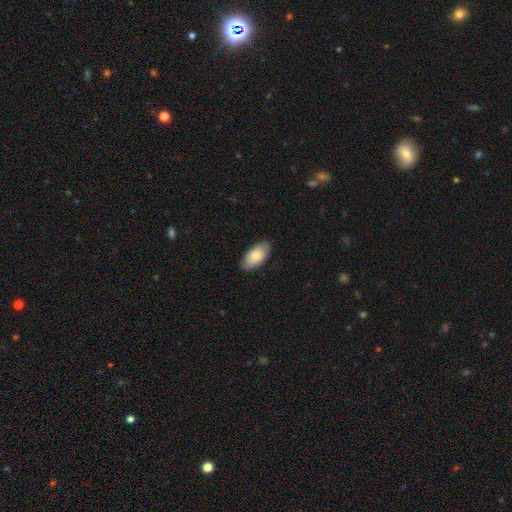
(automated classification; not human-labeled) smooth_or_featured: smooth (p=0.79) [alt: featured or disk p=0.16]
how_rounded: in between (p=0.94) [alt: cigar-shaped p=0.04]
merging: none (p=0.86) [alt: minor disturbance p=0.11]